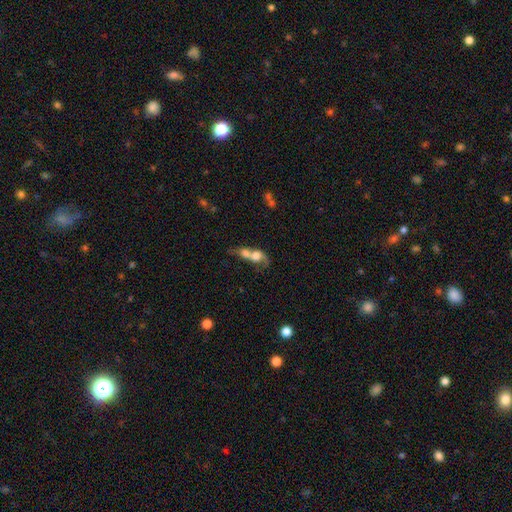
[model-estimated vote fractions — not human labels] The model was most divided on "how rounded": in between: 50%, round: 44%, cigar-shaped: 6%. More confident: merging — merger (76%); smooth or featured — smooth (57%).